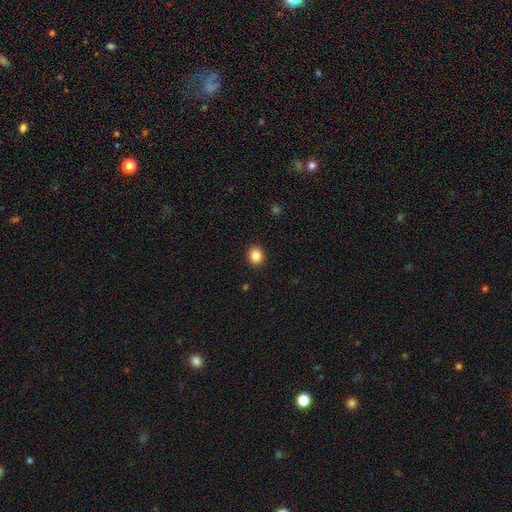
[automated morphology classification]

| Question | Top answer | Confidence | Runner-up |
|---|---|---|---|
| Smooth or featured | smooth | 86% | star or artifact (10%) |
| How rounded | round | 66% | in between (34%) |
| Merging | none | 91% | minor disturbance (6%) |